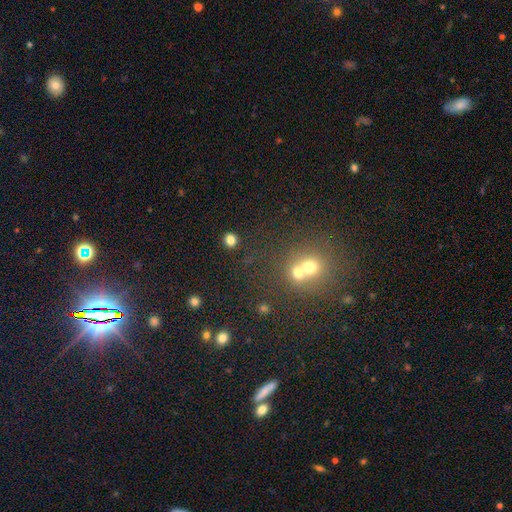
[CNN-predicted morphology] smooth-or-featured: star or artifact: 51% | smooth: 39% | featured or disk: 10%